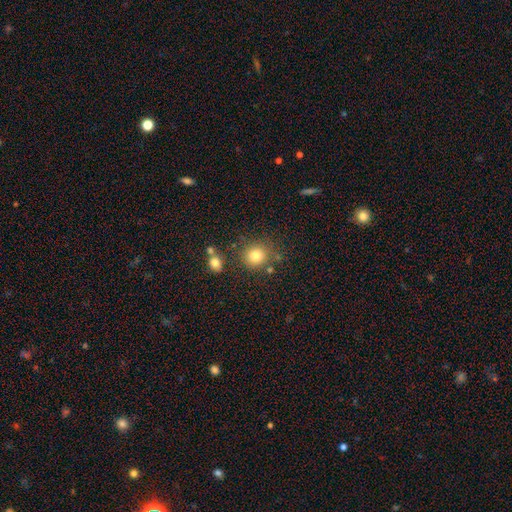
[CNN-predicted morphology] This is clearly a smooth galaxy (82%). How rounded: clearly round (87%). Merging: likely none (77%).